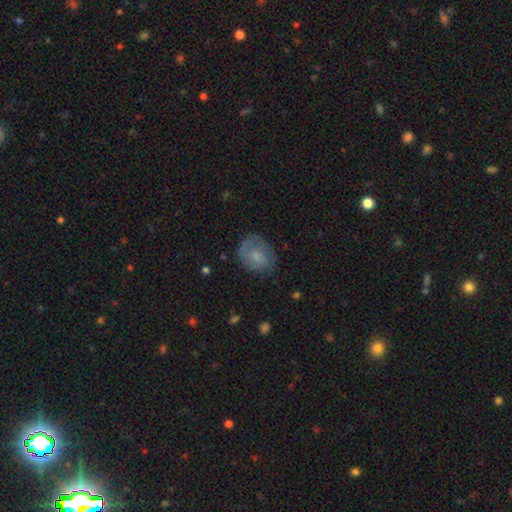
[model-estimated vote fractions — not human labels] Smooth or featured?
  - smooth: 53% *
  - featured or disk: 38%
  - star or artifact: 8%
How rounded?
  - in between: 50% *
  - round: 49%
  - cigar-shaped: 1%
Merging?
  - none: 60% *
  - minor disturbance: 25%
  - major disturbance: 13%
  - merger: 2%